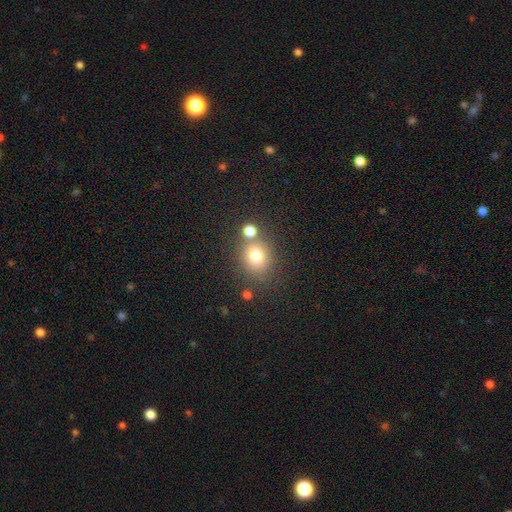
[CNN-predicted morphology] The model was most divided on "merging": none: 66%, merger: 19%, minor disturbance: 11%, major disturbance: 4%. More confident: smooth or featured — smooth (76%); how rounded — round (76%).